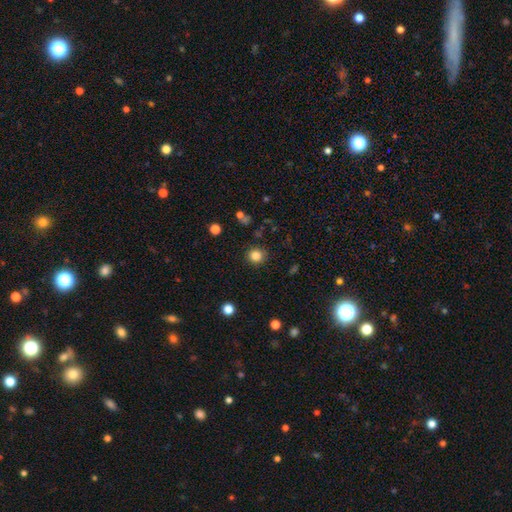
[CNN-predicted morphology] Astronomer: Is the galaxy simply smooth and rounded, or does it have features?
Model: smooth — 83%.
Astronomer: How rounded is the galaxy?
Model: round — 90%.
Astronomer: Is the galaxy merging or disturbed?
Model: none — 89%.